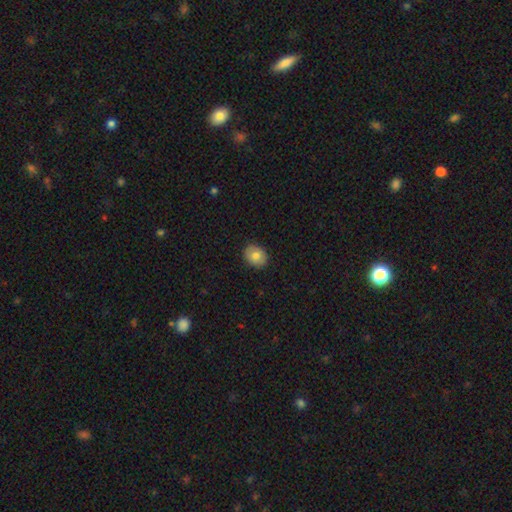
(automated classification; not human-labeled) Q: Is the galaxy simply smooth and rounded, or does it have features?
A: smooth — 79%.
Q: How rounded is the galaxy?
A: in between — 52%.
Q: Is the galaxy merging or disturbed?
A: none — 90%.